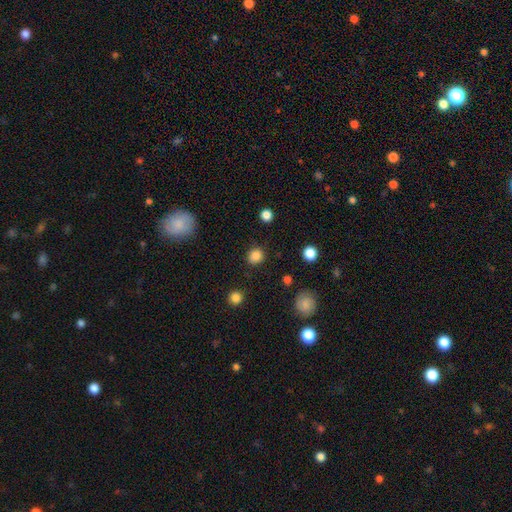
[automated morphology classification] This appears to be a smooth galaxy with no disk features (85%) that is round (85%). Merging: none (88%).